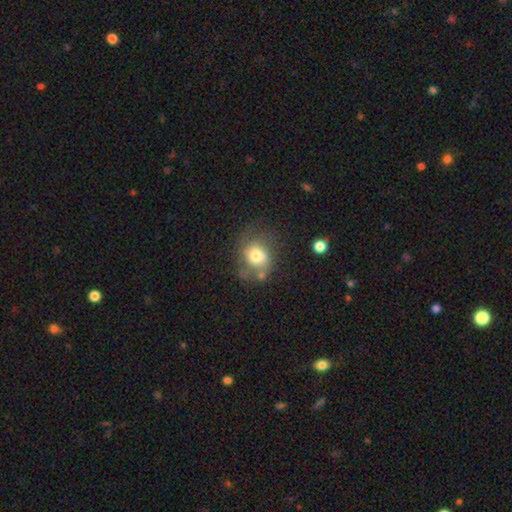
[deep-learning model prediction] Smooth or featured: smooth — 67% (featured or disk — 23%)
How rounded: round — 58% (in between — 41%)
Merging: none — 43% (minor disturbance — 26%)